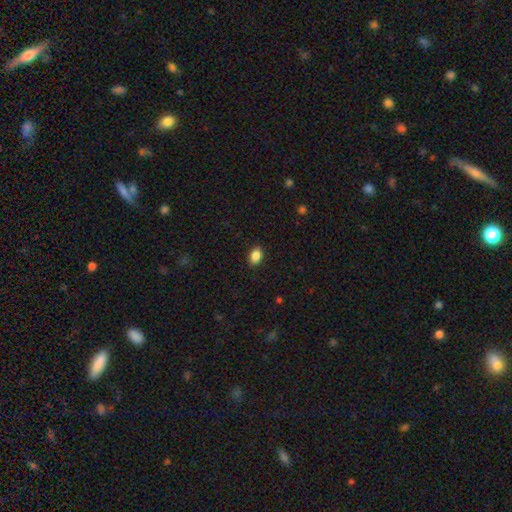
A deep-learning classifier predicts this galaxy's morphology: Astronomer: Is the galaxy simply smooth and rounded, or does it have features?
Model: smooth — 88%.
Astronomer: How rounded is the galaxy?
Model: in between — 85%.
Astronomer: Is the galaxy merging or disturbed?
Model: none — 89%.